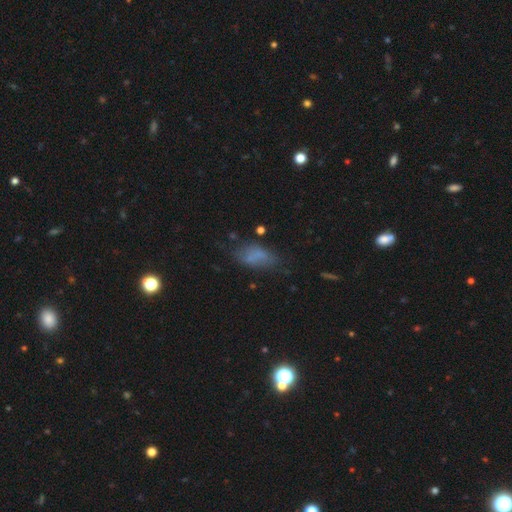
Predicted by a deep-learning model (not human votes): Smooth or featured? Predicted: smooth (p=0.66). How rounded? Predicted: in between (p=0.85). Merging? Predicted: none (p=0.52).